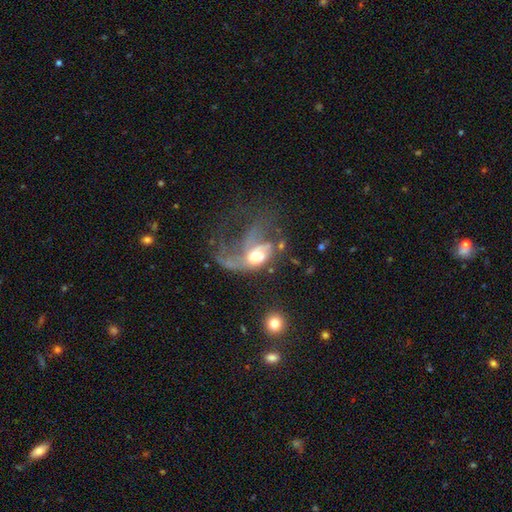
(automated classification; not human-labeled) This is likely a featured or disk galaxy (64%). It is clearly not viewed edge-on (96%). Bar: likely no (74%). Spiral arm pattern: possibly yes (59%). Central bulge: possibly moderate (55%). Merging: likely major disturbance (64%).